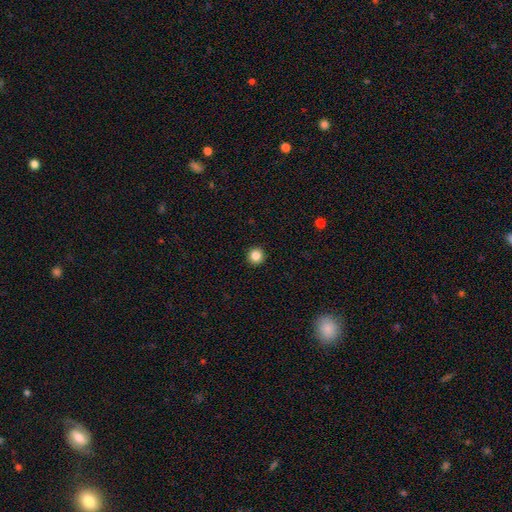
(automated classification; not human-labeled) Smooth or featured? smooth (85%)
How rounded? round (95%)
Merging? none (94%)